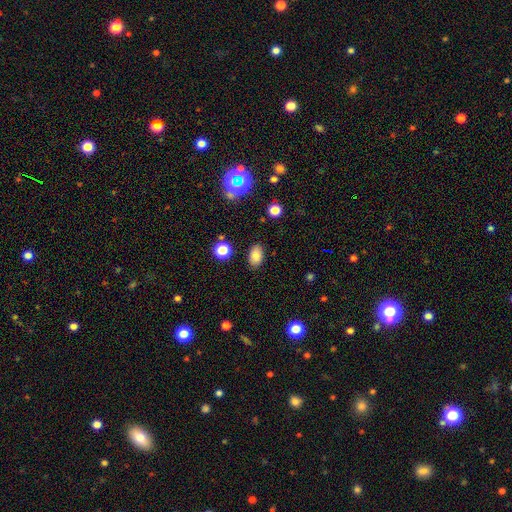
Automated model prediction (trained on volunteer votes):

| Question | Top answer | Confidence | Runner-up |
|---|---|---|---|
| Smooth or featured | smooth | 82% | star or artifact (12%) |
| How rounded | in between | 88% | round (11%) |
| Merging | none | 86% | minor disturbance (9%) |